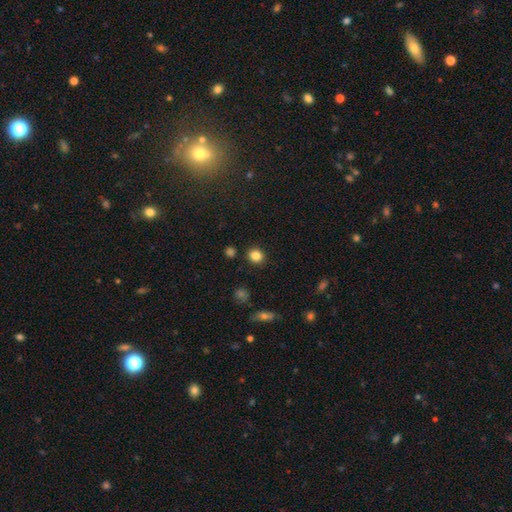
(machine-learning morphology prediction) Smooth or featured? smooth (84%)
How rounded? round (78%)
Merging? none (88%)